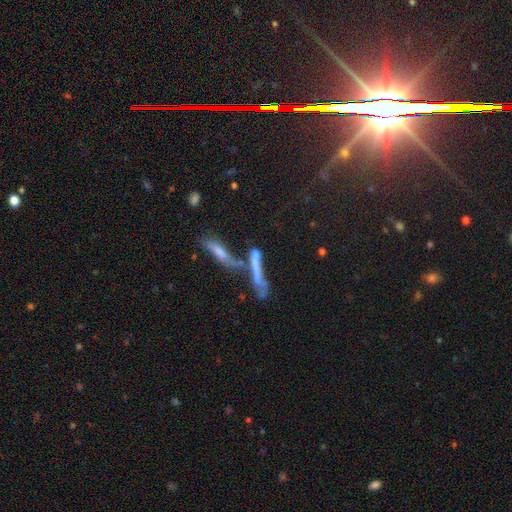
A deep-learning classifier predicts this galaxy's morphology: Q: Smooth or featured?
A: smooth (52%); runner-up: featured or disk (34%)
Q: How rounded?
A: cigar-shaped (77%); runner-up: in between (17%)
Q: Merging?
A: merger (49%); runner-up: none (24%)